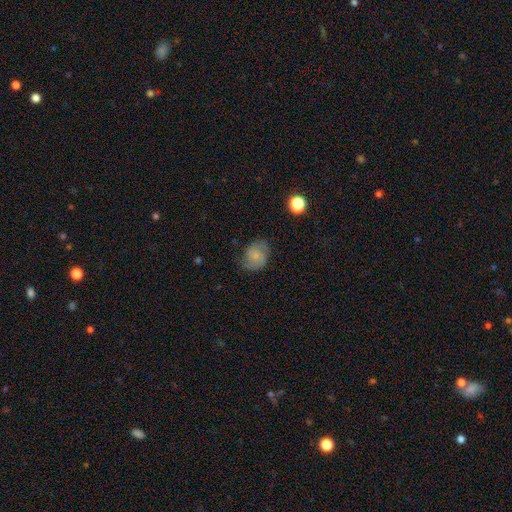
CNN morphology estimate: smooth 55%, featured or disk 35%, star or artifact 10%. Down the decision tree: how rounded — round (54%); merging — none (64%).